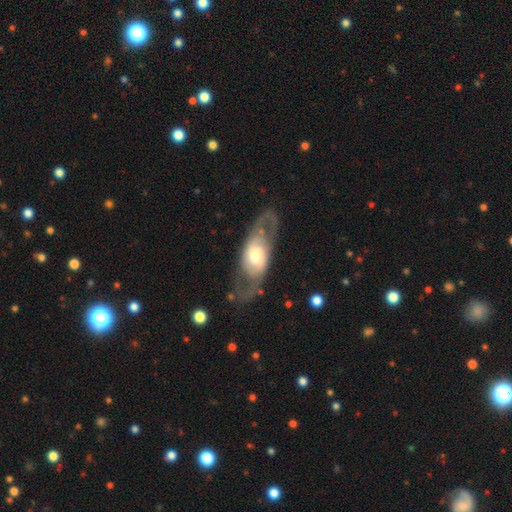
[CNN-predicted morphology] The model was most divided on "bulge size": moderate: 49%, large: 33%, small: 12%, dominant: 4%, none: 2%. More confident: edge-on disk — no (85%); spiral arms — yes (74%); smooth or featured — featured or disk (69%); merging — none (63%); bar — no (53%).